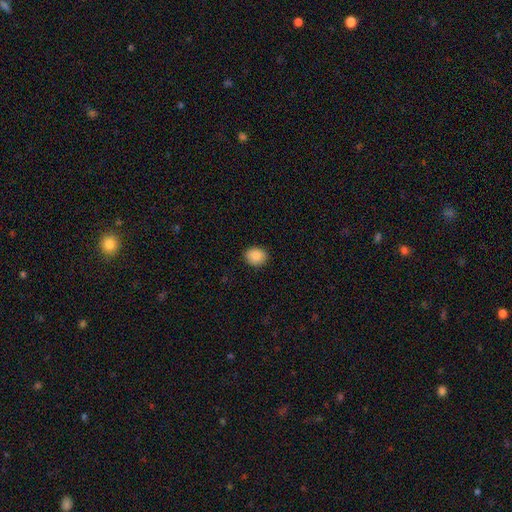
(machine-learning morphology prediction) A smooth galaxy with no disk features (88%) that is round (62%).

Vote fractions:
- Smooth or featured? smooth: 88% / star or artifact: 8% / featured or disk: 4%
- How rounded? round: 62% / in between: 37% / cigar-shaped: 1%
- Merging? none: 89% / minor disturbance: 8% / major disturbance: 2% / merger: 1%